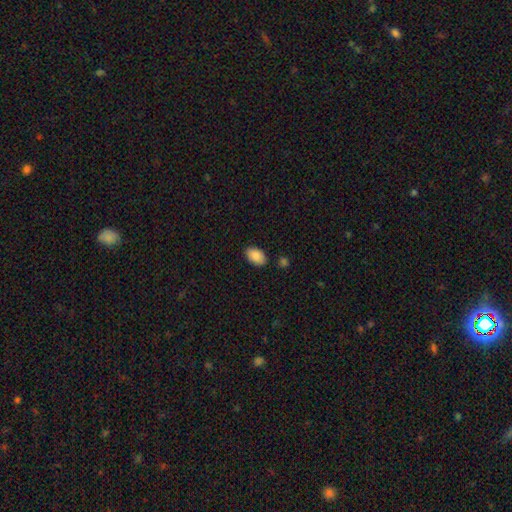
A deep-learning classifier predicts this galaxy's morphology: smooth_or_featured: smooth (p=0.89) [alt: star or artifact p=0.07]
how_rounded: in between (p=0.92) [alt: round p=0.07]
merging: none (p=0.85) [alt: minor disturbance p=0.10]